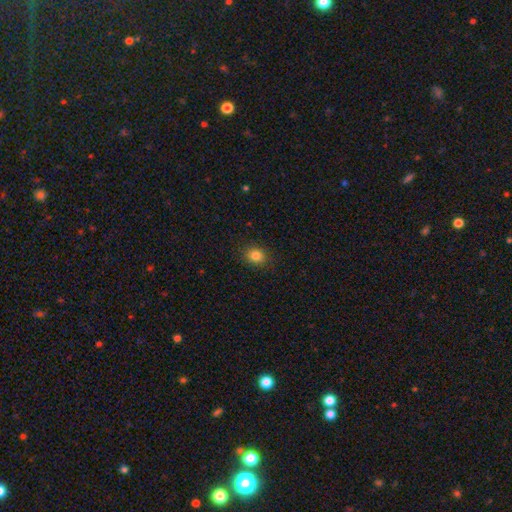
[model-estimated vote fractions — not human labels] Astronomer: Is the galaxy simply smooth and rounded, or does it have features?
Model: smooth — 83%.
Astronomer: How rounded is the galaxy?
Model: round — 66%.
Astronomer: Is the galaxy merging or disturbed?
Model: none — 88%.